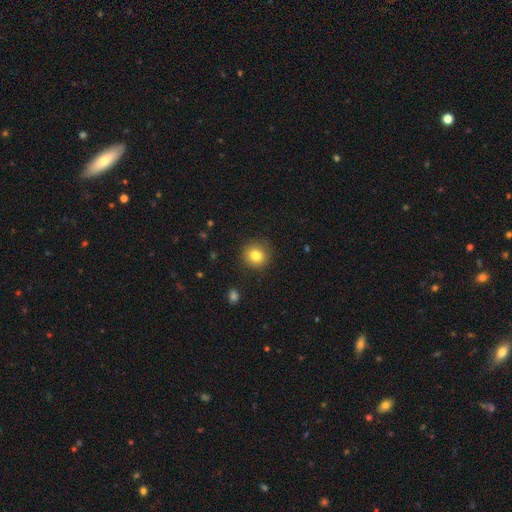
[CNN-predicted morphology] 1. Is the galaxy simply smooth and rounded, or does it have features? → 82% smooth, 10% star or artifact, 8% featured or disk.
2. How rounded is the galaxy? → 90% round, 9% in between, 1% cigar-shaped.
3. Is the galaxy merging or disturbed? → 89% none, 7% minor disturbance, 2% major disturbance, 1% merger.